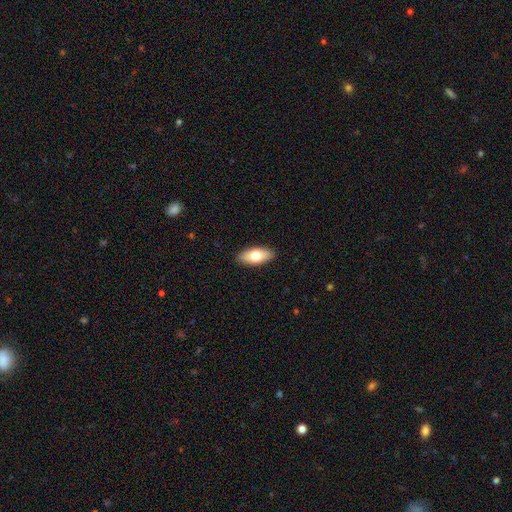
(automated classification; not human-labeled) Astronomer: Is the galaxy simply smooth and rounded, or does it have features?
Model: smooth — 75%.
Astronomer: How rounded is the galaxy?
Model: in between — 86%.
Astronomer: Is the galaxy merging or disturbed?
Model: none — 90%.